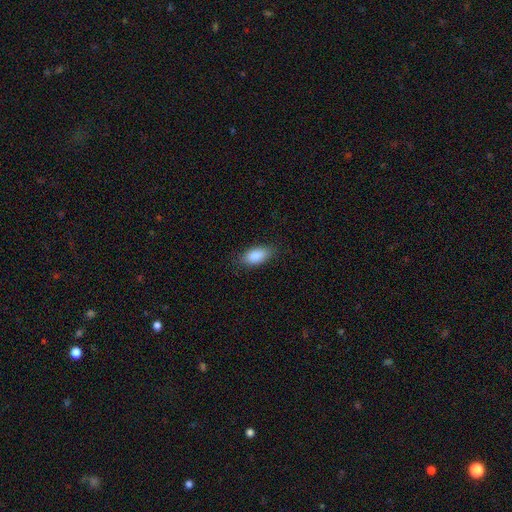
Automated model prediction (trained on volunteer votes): Morphology: type=smooth (88%); roundness=in between (90%); merging=none (82%).